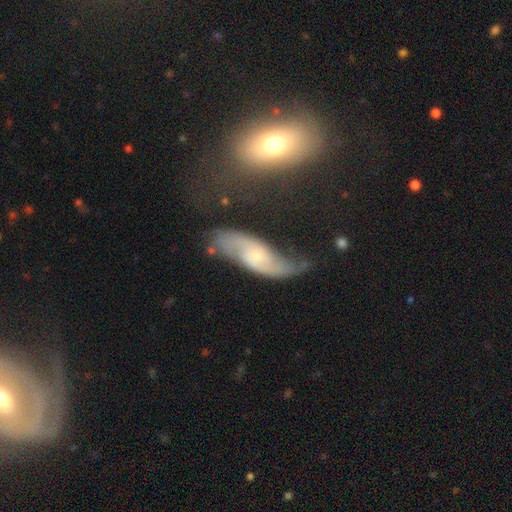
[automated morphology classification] This appears to be a featured or disk galaxy (80%) with no bar (63%), 2 (89%) loose (55%) spiral arms (94%) and a small central bulge (68%). Merging: none (55%).